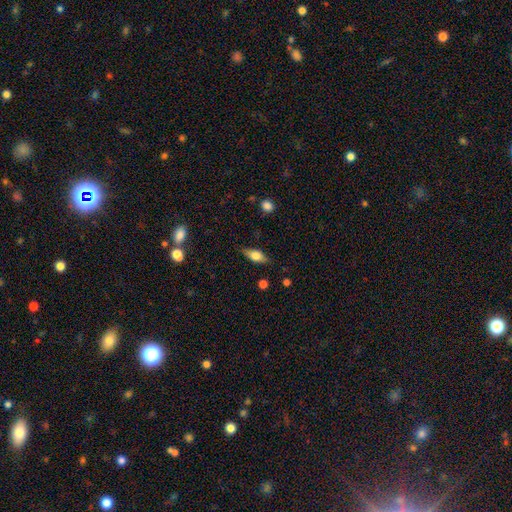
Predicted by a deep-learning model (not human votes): The model was most divided on "smooth or featured": smooth: 64%, featured or disk: 29%, star or artifact: 8%. More confident: merging — none (81%); how rounded — in between (76%).